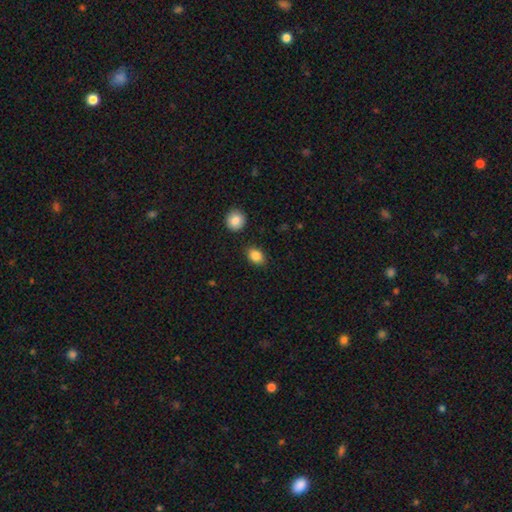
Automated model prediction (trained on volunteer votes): smooth_or_featured: smooth (p=0.86) [alt: star or artifact p=0.09]
how_rounded: in between (p=0.71) [alt: round p=0.28]
merging: none (p=0.85) [alt: minor disturbance p=0.10]